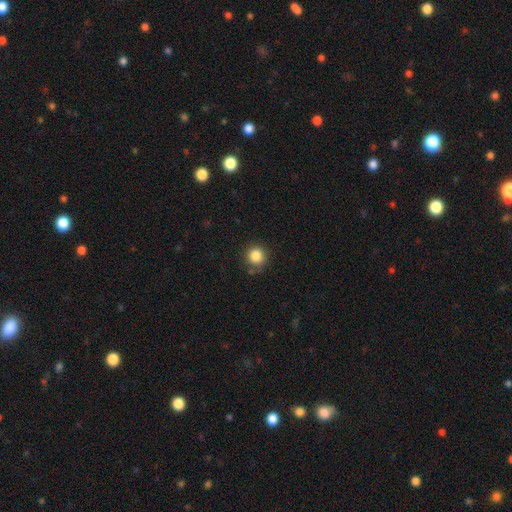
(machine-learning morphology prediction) Overall: smooth (85%). How rounded: round (93%). Merging: none (85%).